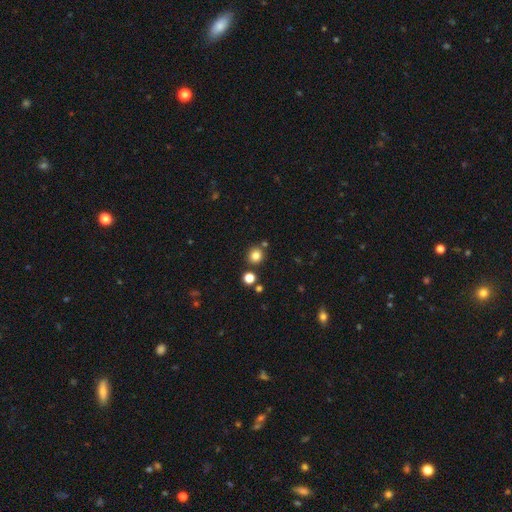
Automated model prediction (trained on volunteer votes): smooth_or_featured: smooth (p=0.81) [alt: star or artifact p=0.14]
how_rounded: round (p=0.89) [alt: in between p=0.10]
merging: none (p=0.81) [alt: merger p=0.08]